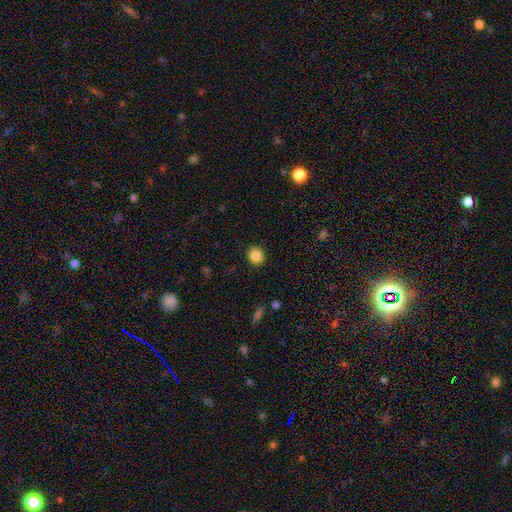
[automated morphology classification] smooth-or-featured: smooth: 86% | star or artifact: 10% | featured or disk: 5%
  how-rounded: round: 73% | in between: 26% | cigar-shaped: 1%
  merging: none: 90% | minor disturbance: 7% | major disturbance: 2% | merger: 1%